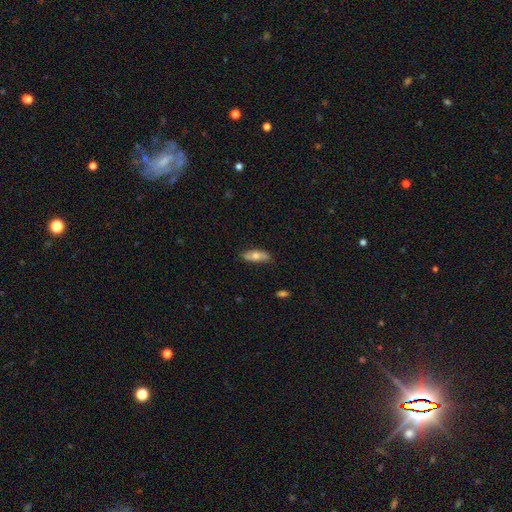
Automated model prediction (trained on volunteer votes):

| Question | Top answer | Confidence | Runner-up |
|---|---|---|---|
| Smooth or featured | smooth | 64% | featured or disk (30%) |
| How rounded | in between | 67% | cigar-shaped (30%) |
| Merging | none | 81% | minor disturbance (15%) |